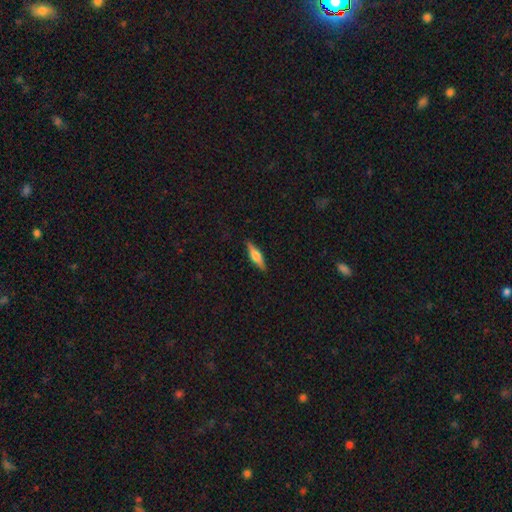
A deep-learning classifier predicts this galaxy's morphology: A featured or disk galaxy (51%) viewed edge-on (95%). Merging: none (89%).